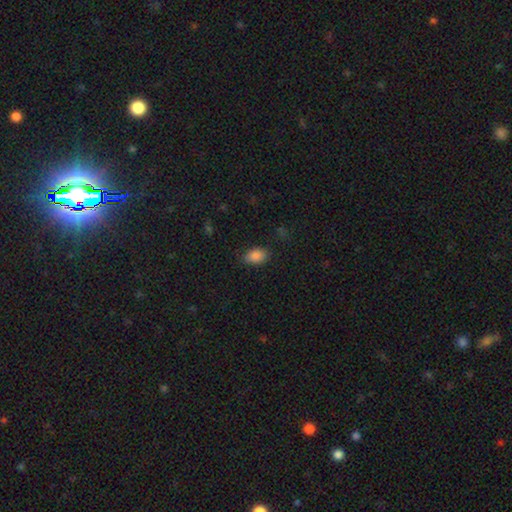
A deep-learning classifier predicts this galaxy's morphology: smooth-or-featured: smooth: 87% | star or artifact: 9% | featured or disk: 4%
  how-rounded: in between: 86% | round: 13% | cigar-shaped: 1%
  merging: none: 79% | minor disturbance: 16% | major disturbance: 4% | merger: 1%